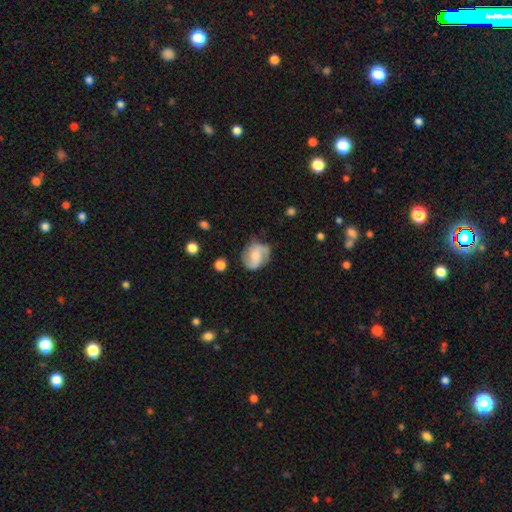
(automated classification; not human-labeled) Morphology: type=featured or disk (55%); edge-on=no (97%); bar=no (48%); spiral arms=yes (87%); bulge=small (45%); merging=none (62%).